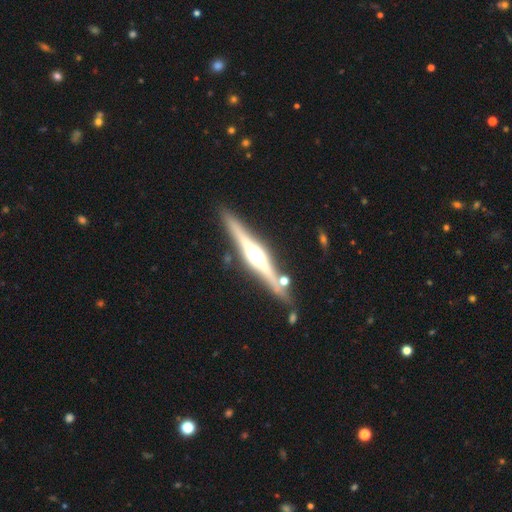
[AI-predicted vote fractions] Smooth or featured? Predicted: featured or disk (p=0.82). Edge-on disk? Predicted: yes (p=0.98). Edge-on bulge? Predicted: rounded (p=0.90). Merging? Predicted: none (p=0.84).